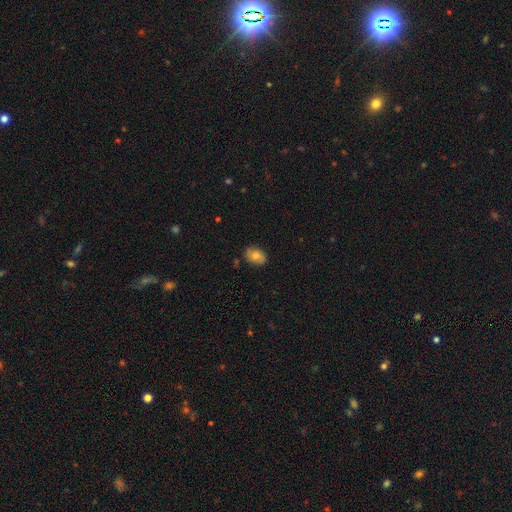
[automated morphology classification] This is likely a smooth galaxy (71%). How rounded: likely in between (76%). Merging: clearly none (83%).